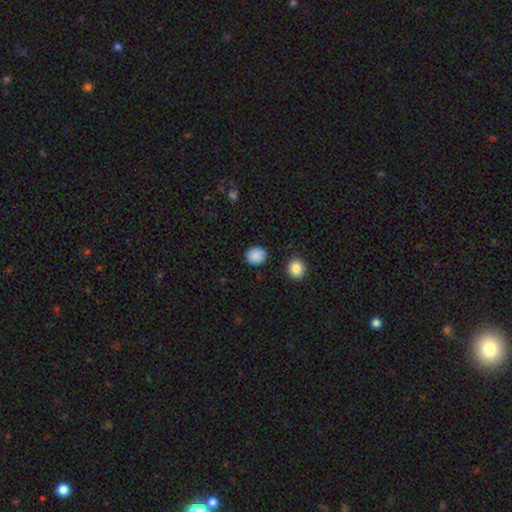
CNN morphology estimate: Q: Smooth or featured?
A: smooth (88%); runner-up: star or artifact (9%)
Q: How rounded?
A: round (75%); runner-up: in between (24%)
Q: Merging?
A: none (87%); runner-up: minor disturbance (8%)